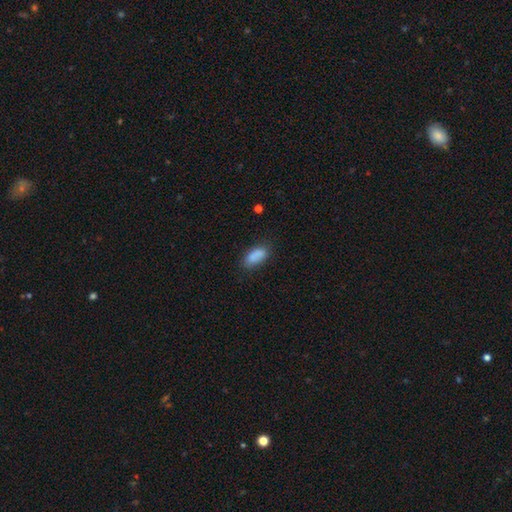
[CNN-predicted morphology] Q: Smooth or featured?
A: smooth (84%); runner-up: star or artifact (8%)
Q: How rounded?
A: in between (88%); runner-up: cigar-shaped (8%)
Q: Merging?
A: none (72%); runner-up: minor disturbance (19%)